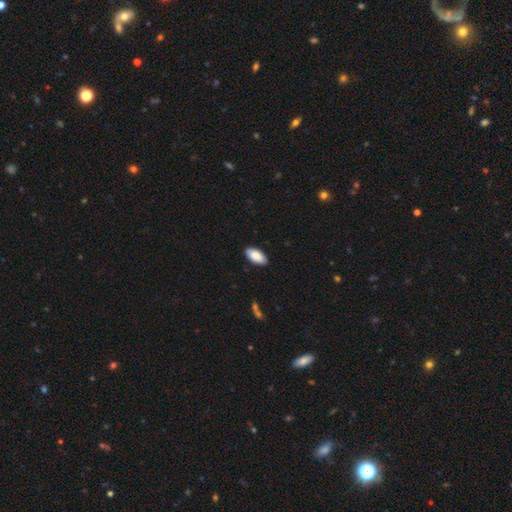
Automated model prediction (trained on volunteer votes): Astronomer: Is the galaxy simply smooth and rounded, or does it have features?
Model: smooth — 88%.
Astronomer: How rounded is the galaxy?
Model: in between — 94%.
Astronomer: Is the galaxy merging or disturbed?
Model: none — 89%.